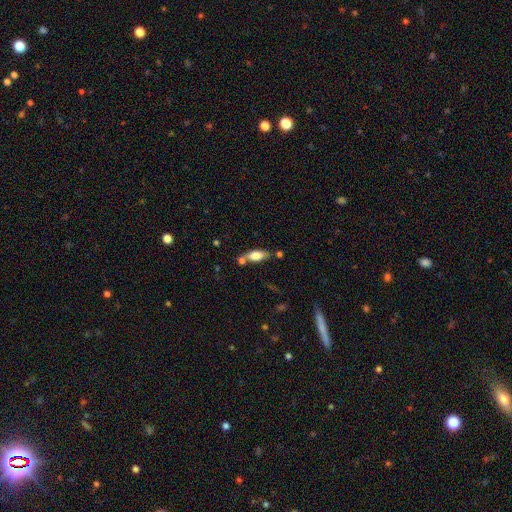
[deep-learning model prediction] A smooth galaxy with no disk features (72%) that is in between round and cigar-shaped (80%). Merging: none (62%).